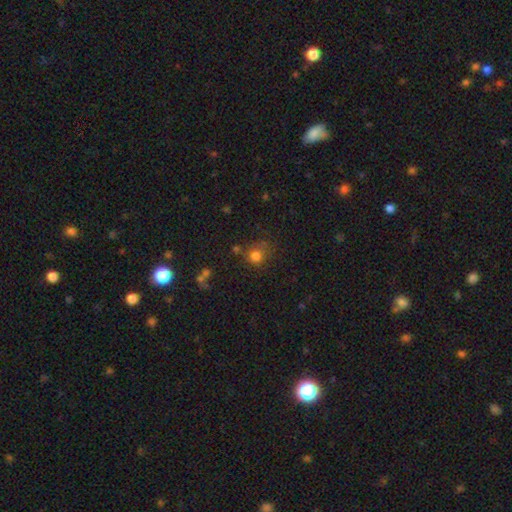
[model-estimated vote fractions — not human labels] Overall: smooth (78%). How rounded: round (83%). Merging: none (60%; minor disturbance 20%).